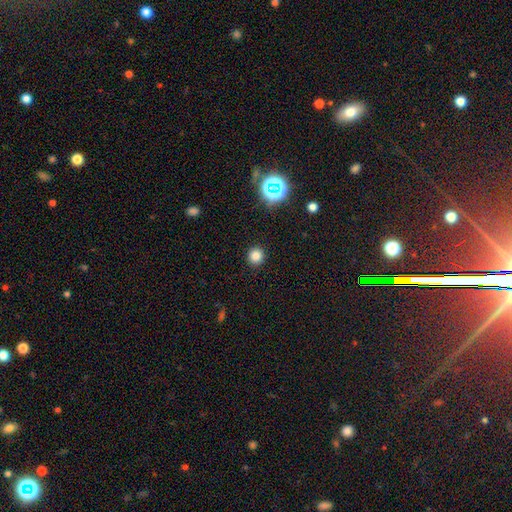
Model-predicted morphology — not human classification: Smooth or featured: smooth — 80% (star or artifact — 15%)
How rounded: round — 91% (in between — 8%)
Merging: none — 92% (minor disturbance — 5%)